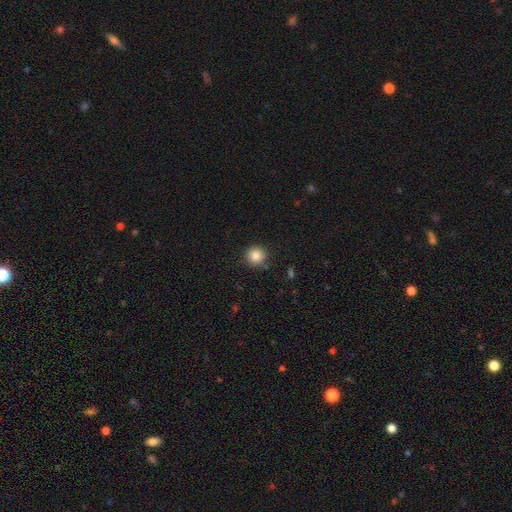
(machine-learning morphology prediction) smooth 84%, star or artifact 10%, featured or disk 6%. Down the decision tree: how rounded — round (93%); merging — none (88%).